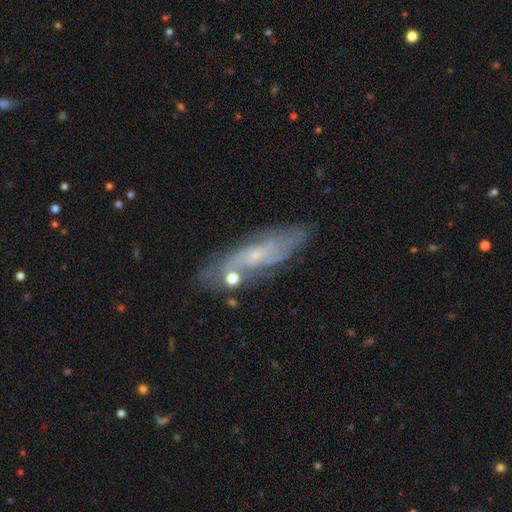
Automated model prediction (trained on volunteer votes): Smooth or featured: featured or disk — 68% (smooth — 24%)
Edge-on disk: no — 72% (yes — 28%)
Merging: none — 72% (minor disturbance — 16%)